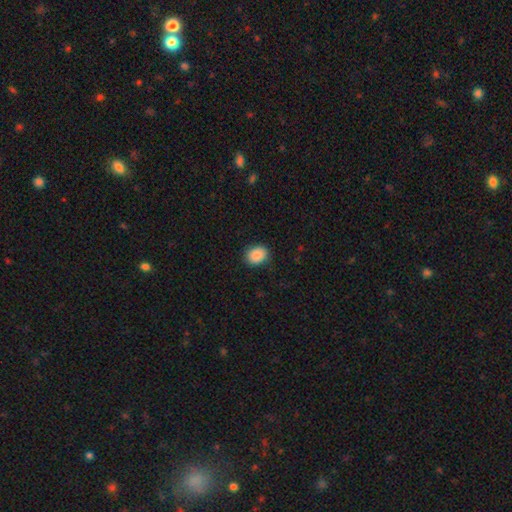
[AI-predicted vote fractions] Smooth or featured? smooth (89%)
How rounded? in between (53%)
Merging? none (87%)